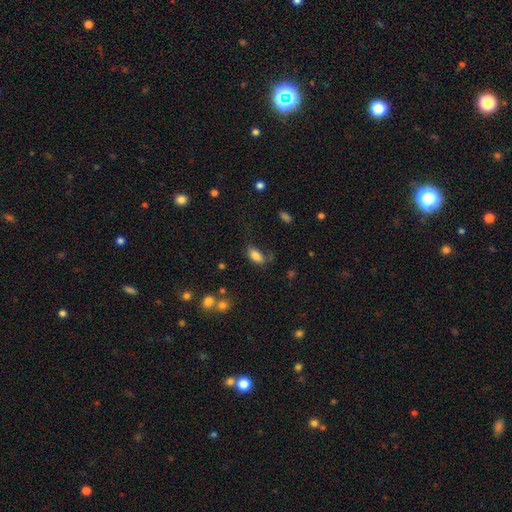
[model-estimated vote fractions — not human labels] Q: Smooth or featured?
A: smooth (82%); runner-up: star or artifact (9%)
Q: How rounded?
A: in between (91%); runner-up: cigar-shaped (6%)
Q: Merging?
A: none (60%); runner-up: minor disturbance (24%)